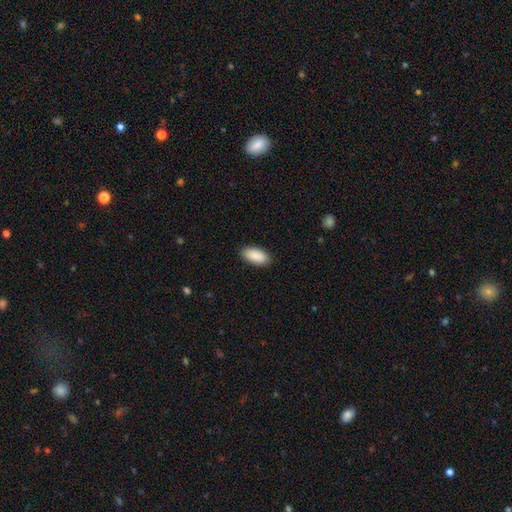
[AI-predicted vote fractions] smooth 91%, star or artifact 6%, featured or disk 4%. Down the decision tree: how rounded — in between (93%); merging — none (89%).